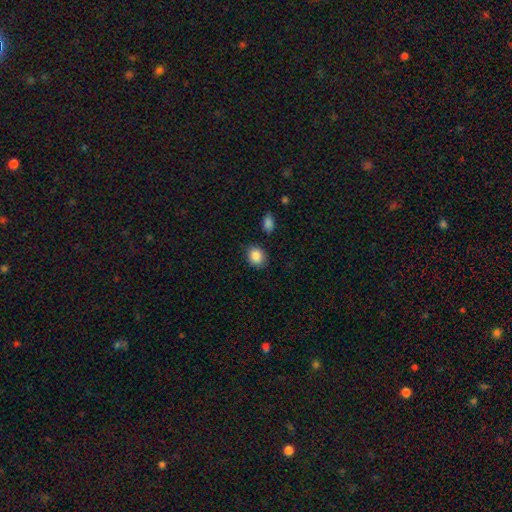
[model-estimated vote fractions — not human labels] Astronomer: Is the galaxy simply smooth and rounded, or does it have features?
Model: smooth — 87%.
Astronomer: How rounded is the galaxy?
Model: round — 60% (runner-up: in between, 39%).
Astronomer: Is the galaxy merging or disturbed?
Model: none — 82%.